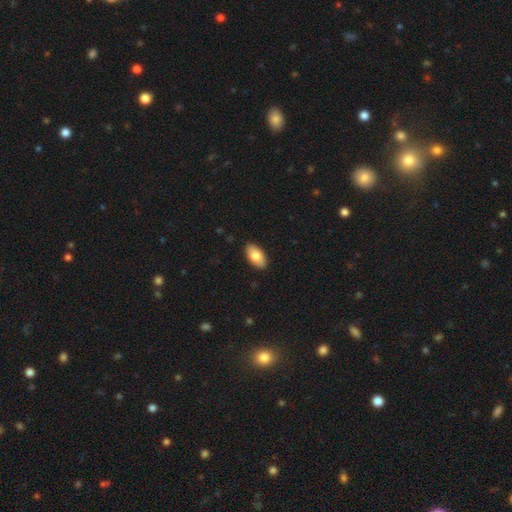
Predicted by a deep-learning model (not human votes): A smooth galaxy with no disk features (81%) that is in between round and cigar-shaped (94%). Merging: none (90%).